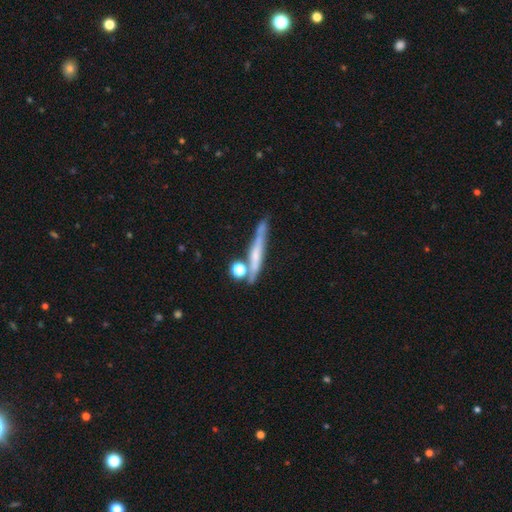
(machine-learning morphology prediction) A featured or disk galaxy (51%) viewed edge-on (87%).

Vote fractions:
- Smooth or featured? featured or disk: 51% / smooth: 38% / star or artifact: 11%
- Edge-on disk? yes: 87% / no: 13%
- Merging? none: 63% / minor disturbance: 16% / merger: 14% / major disturbance: 6%